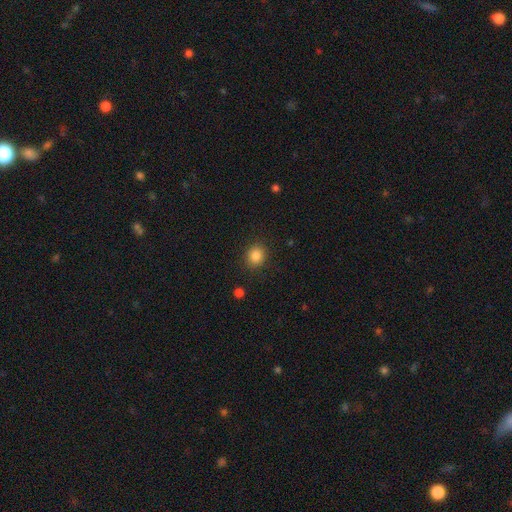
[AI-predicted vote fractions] A smooth galaxy with no disk features (85%) that is round (78%).

Vote fractions:
- Smooth or featured? smooth: 85% / star or artifact: 11% / featured or disk: 5%
- How rounded? round: 78% / in between: 21% / cigar-shaped: 1%
- Merging? none: 89% / minor disturbance: 7% / major disturbance: 3% / merger: 1%